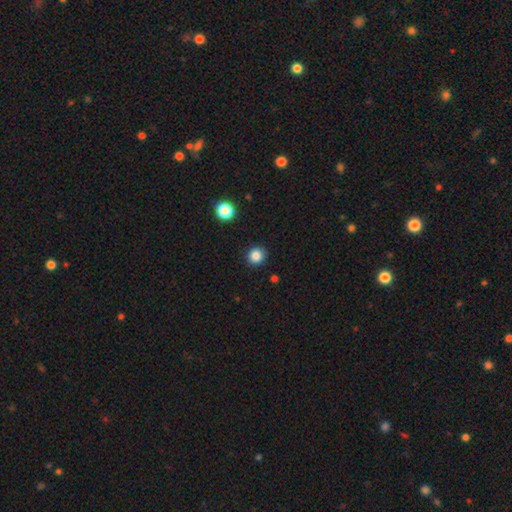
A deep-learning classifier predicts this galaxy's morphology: A smooth galaxy with no disk features (85%) that is round (92%). Merging: none (91%).